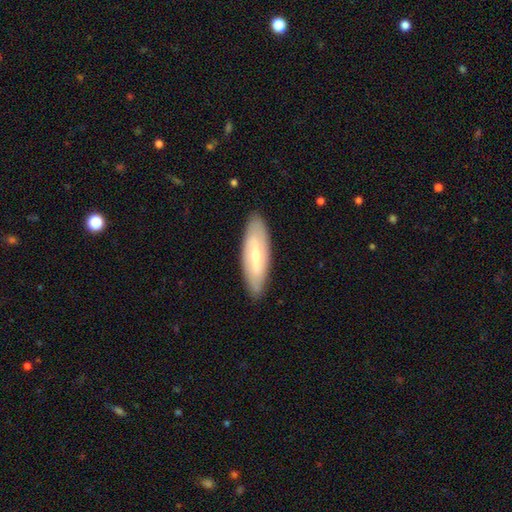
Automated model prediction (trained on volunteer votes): Smooth or featured: featured or disk — 57% (smooth — 38%)
Edge-on disk: no — 74% (yes — 26%)
Merging: none — 87% (minor disturbance — 10%)